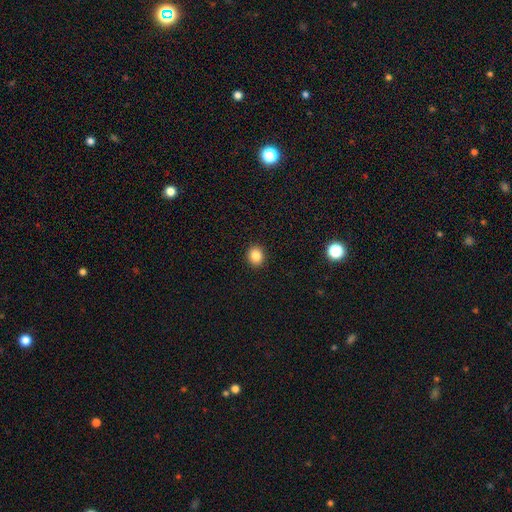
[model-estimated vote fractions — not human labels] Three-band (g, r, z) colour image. It shows a smooth galaxy with no disk features (85%) that is round (77%). Merging: none (93%).